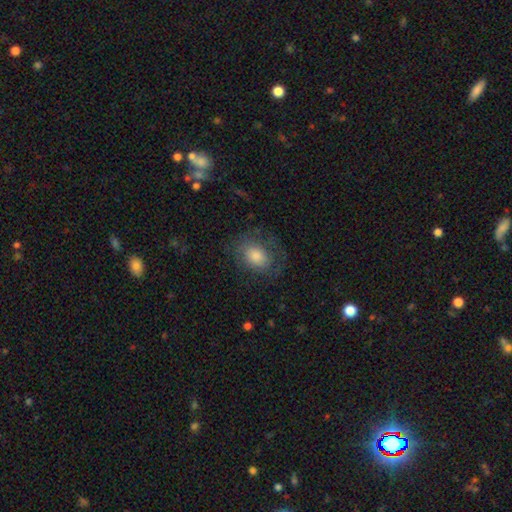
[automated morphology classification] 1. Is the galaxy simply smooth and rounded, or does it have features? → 66% smooth, 23% featured or disk, 10% star or artifact.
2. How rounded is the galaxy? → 67% in between, 32% round, 1% cigar-shaped.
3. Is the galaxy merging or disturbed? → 64% none, 20% minor disturbance, 15% major disturbance, 1% merger.